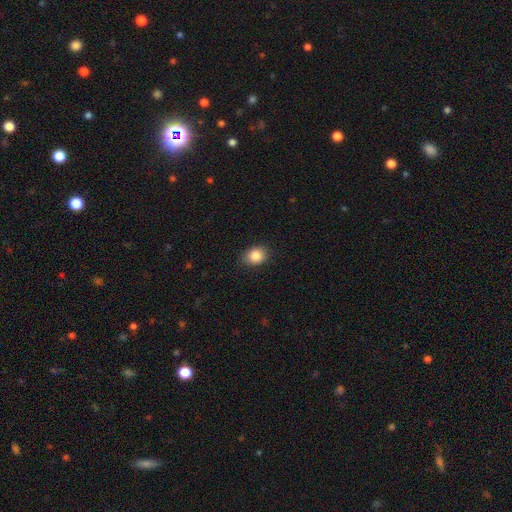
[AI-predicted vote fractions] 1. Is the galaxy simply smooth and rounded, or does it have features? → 85% smooth, 9% star or artifact, 5% featured or disk.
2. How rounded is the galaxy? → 52% round, 47% in between, 1% cigar-shaped.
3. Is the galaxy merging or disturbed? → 82% none, 14% minor disturbance, 3% major disturbance, 1% merger.